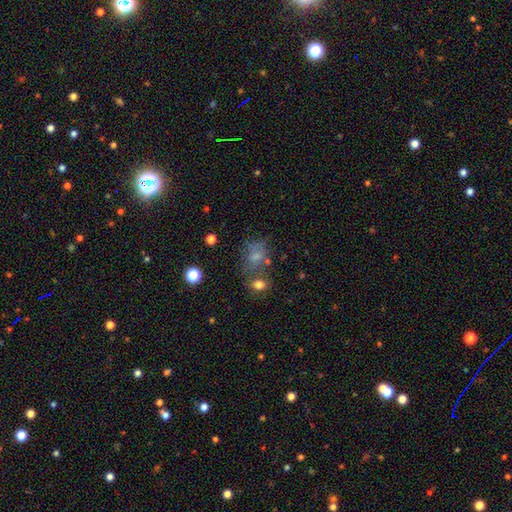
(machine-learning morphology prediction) This is possibly a smooth galaxy (54%). How rounded: likely in between (62%). Merging: marginally none (41%).